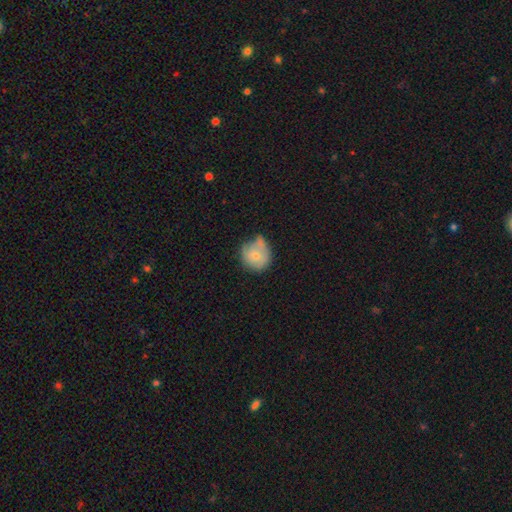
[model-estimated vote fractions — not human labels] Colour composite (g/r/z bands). It shows a smooth galaxy with no disk features (70%) that is round (86%). Merging: none (42%).